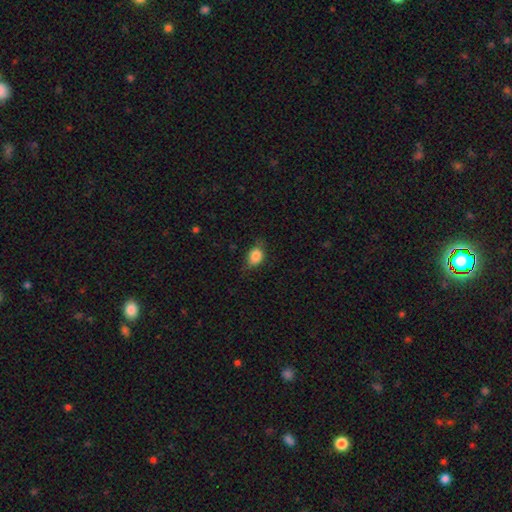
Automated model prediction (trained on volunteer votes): Overall: smooth (83%). How rounded: in between (64%; round 35%). Merging: none (65%; minor disturbance 27%).